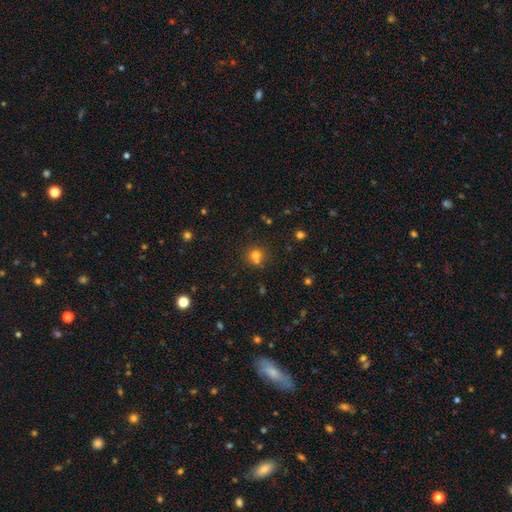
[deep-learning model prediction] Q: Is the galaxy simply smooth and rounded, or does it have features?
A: smooth — 73%.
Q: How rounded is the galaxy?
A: round — 90%.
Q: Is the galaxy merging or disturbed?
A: none — 62%.